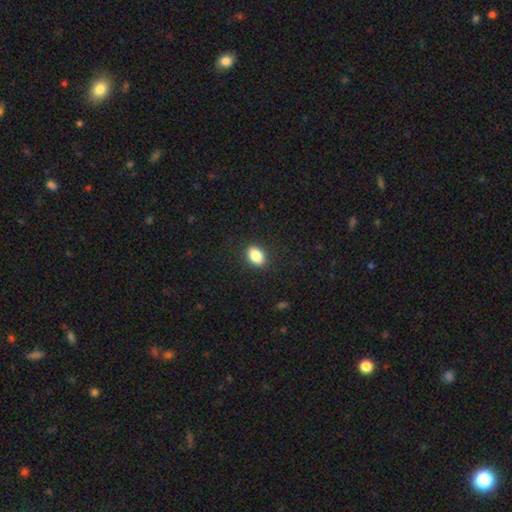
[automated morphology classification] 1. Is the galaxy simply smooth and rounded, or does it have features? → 86% smooth, 8% star or artifact, 5% featured or disk.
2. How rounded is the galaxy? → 83% in between, 15% round, 2% cigar-shaped.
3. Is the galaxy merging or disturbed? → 88% none, 9% minor disturbance, 2% major disturbance, 1% merger.